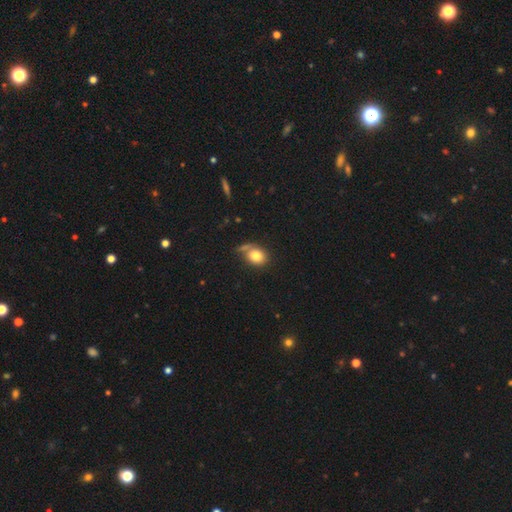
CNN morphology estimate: This is likely a smooth galaxy (79%). How rounded: possibly round (50%). Merging: possibly none (55%).